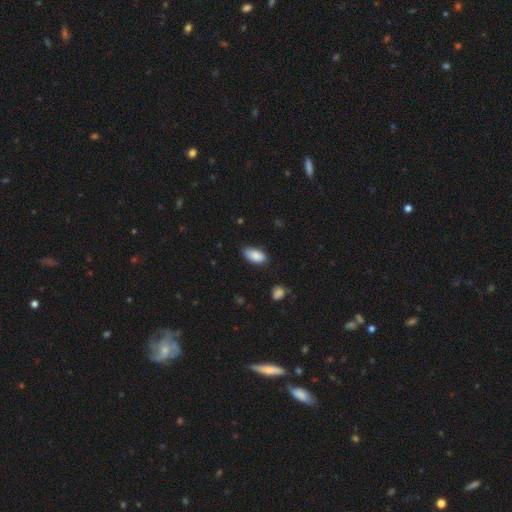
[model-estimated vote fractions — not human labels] smooth-or-featured: smooth: 87% | star or artifact: 7% | featured or disk: 6%
  how-rounded: in between: 94% | round: 3% | cigar-shaped: 3%
  merging: none: 72% | minor disturbance: 23% | major disturbance: 3% | merger: 2%